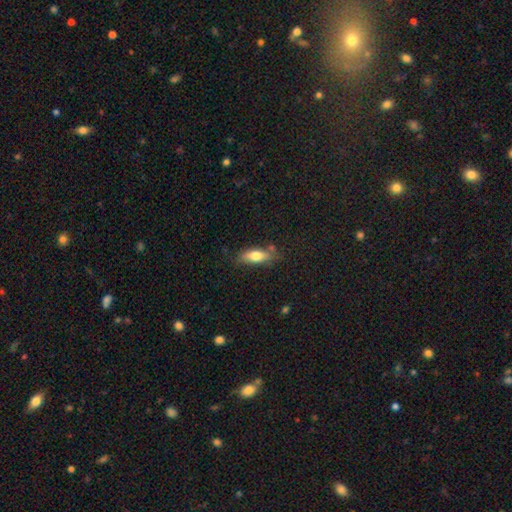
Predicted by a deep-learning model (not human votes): This is likely a smooth galaxy (72%). How rounded: likely in between (64%). Merging: likely none (71%).